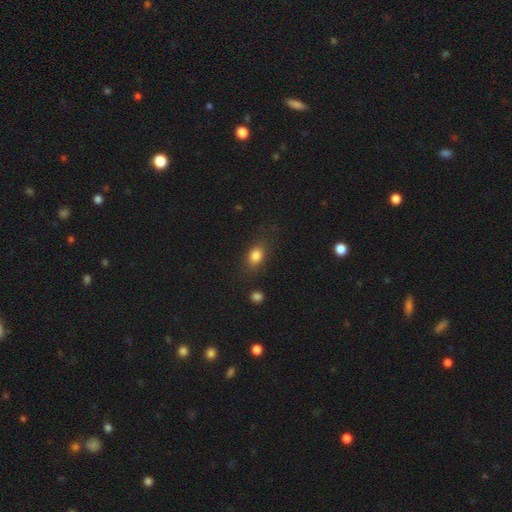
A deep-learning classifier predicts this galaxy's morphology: A smooth galaxy with no disk features (83%) that is in between round and cigar-shaped (70%).

Vote fractions:
- Smooth or featured? smooth: 83% / star or artifact: 10% / featured or disk: 8%
- How rounded? in between: 70% / round: 27% / cigar-shaped: 3%
- Merging? none: 76% / minor disturbance: 16% / major disturbance: 6% / merger: 3%